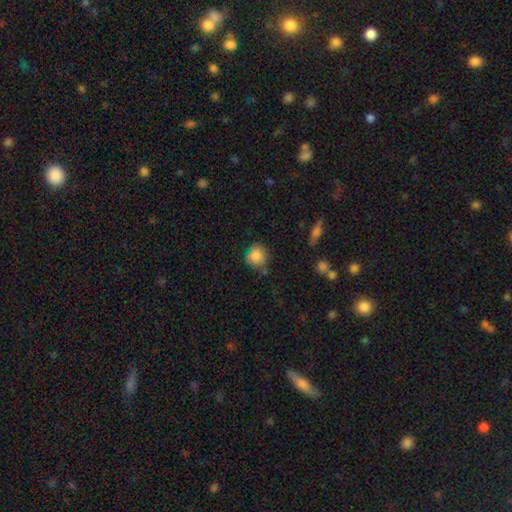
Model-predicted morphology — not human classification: Smooth or featured: smooth — 82% (featured or disk — 10%)
How rounded: round — 86% (in between — 13%)
Merging: none — 69% (minor disturbance — 22%)